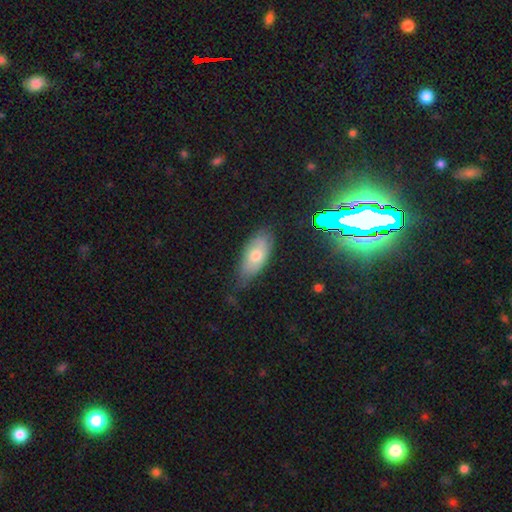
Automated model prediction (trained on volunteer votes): A smooth galaxy with no disk features (64%) that is in between round and cigar-shaped (87%).

Vote fractions:
- Smooth or featured? smooth: 64% / featured or disk: 25% / star or artifact: 10%
- How rounded? in between: 87% / cigar-shaped: 9% / round: 4%
- Merging? none: 65% / minor disturbance: 27% / major disturbance: 6% / merger: 2%